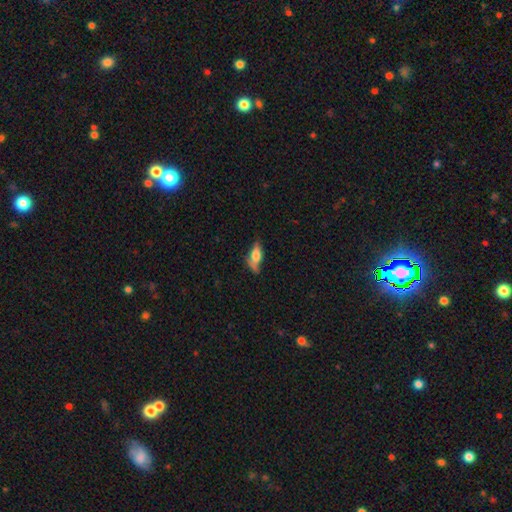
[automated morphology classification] Q: Smooth or featured?
A: smooth (59%); runner-up: featured or disk (33%)
Q: How rounded?
A: in between (66%); runner-up: cigar-shaped (29%)
Q: Merging?
A: none (46%); runner-up: minor disturbance (30%)